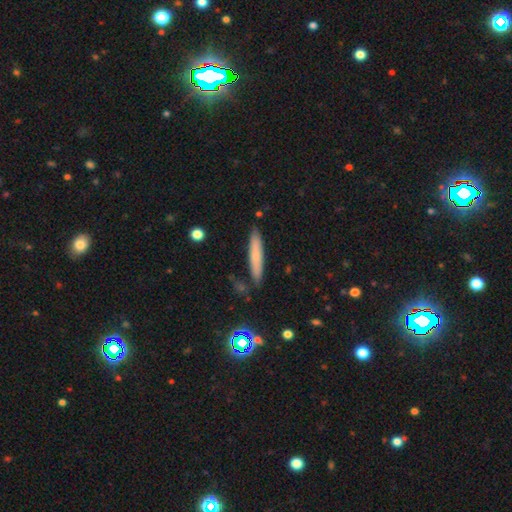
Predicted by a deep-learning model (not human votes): Smooth or featured?
  - smooth: 67% *
  - featured or disk: 25%
  - star or artifact: 8%
How rounded?
  - cigar-shaped: 92% *
  - in between: 6%
  - round: 1%
Merging?
  - none: 85% *
  - minor disturbance: 10%
  - merger: 3%
  - major disturbance: 2%